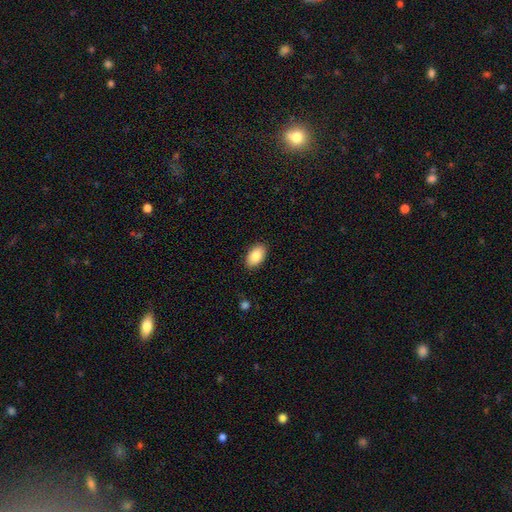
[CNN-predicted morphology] Smooth or featured: smooth — 87% (star or artifact — 7%)
How rounded: in between — 94% (round — 5%)
Merging: none — 88% (minor disturbance — 9%)